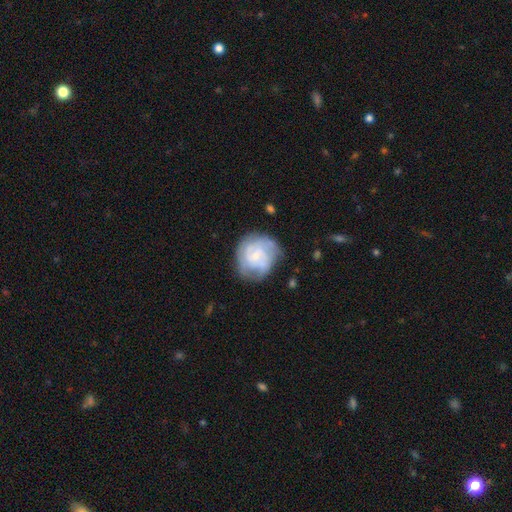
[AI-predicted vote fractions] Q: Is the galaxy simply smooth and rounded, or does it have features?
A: featured or disk — 66%.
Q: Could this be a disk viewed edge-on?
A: no — 98%.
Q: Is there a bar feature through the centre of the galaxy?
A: no — 67%.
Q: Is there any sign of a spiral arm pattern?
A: yes — 78%.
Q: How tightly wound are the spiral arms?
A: tight — 55%.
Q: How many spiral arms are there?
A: can't tell — 43%.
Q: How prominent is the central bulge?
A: small — 68%.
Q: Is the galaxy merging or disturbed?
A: none — 62%.